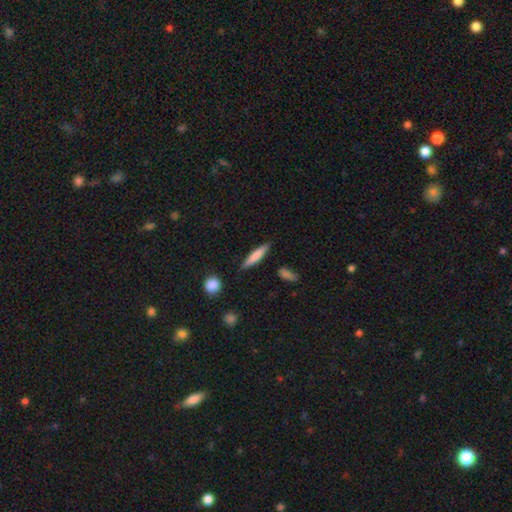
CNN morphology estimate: This appears to be a smooth galaxy with no disk features (74%) that is cigar-shaped (85%). Merging: none (84%).